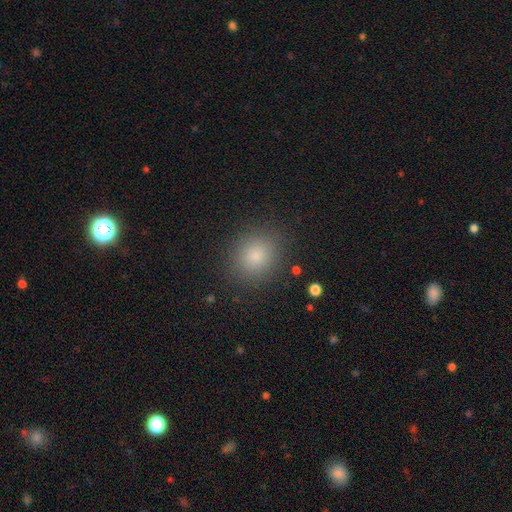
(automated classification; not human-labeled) Overall: smooth (82%). How rounded: round (71%). Merging: none (87%).